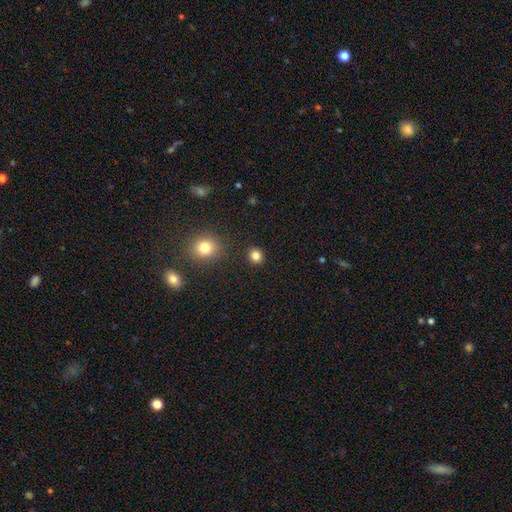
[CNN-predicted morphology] Smooth or featured? smooth (83%)
How rounded? round (81%)
Merging? none (90%)